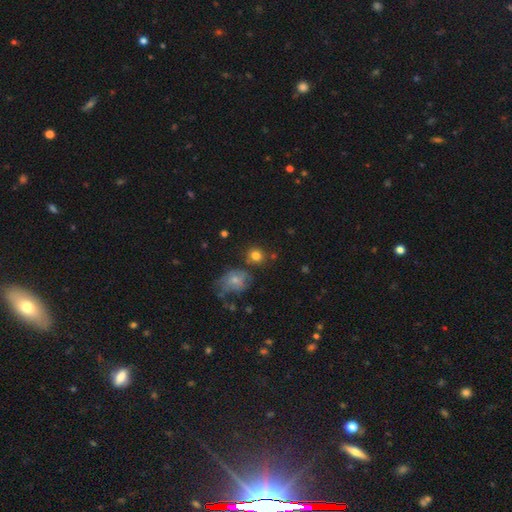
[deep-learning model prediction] smooth 80%, star or artifact 11%, featured or disk 9%. Down the decision tree: how rounded — round (82%); merging — none (72%).